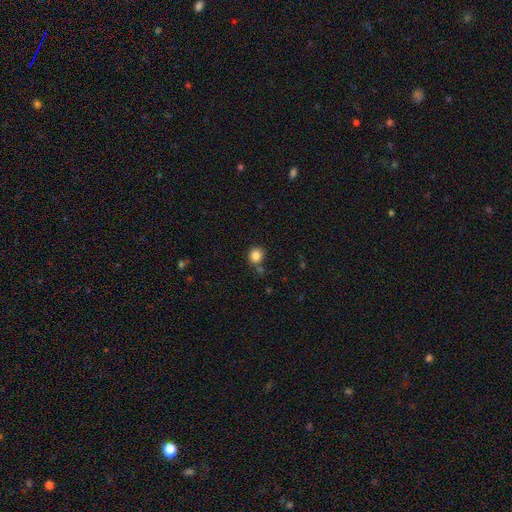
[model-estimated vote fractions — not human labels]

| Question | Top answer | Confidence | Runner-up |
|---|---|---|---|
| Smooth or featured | smooth | 85% | star or artifact (11%) |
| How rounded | round | 86% | in between (13%) |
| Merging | none | 77% | minor disturbance (11%) |